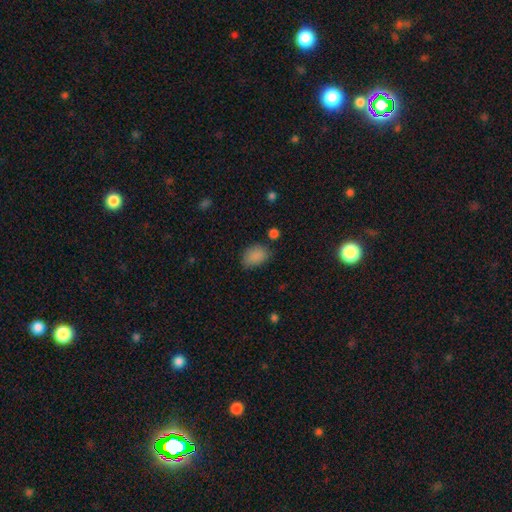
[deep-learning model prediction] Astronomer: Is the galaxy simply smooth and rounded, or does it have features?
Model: smooth — 85%.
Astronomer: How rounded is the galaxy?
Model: in between — 82%.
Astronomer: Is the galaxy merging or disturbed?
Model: none — 66%.